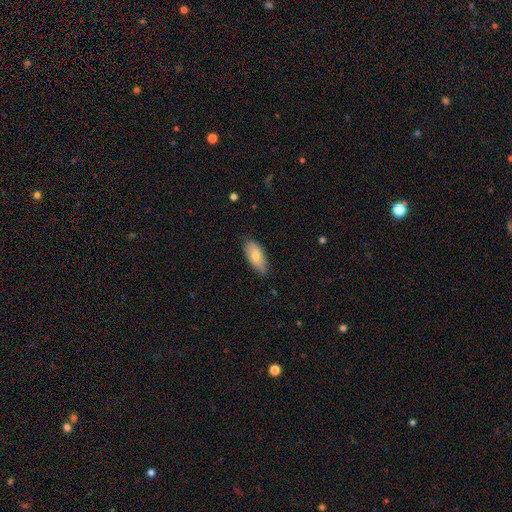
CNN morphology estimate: This is likely a smooth galaxy (74%). How rounded: clearly in between (88%). Merging: likely none (75%).